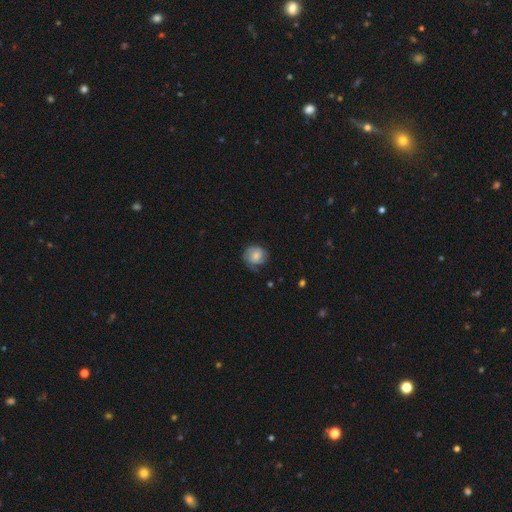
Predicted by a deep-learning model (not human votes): Smooth or featured: featured or disk — 46% (tied with smooth — 46%)
Merging: none — 66% (minor disturbance — 23%)